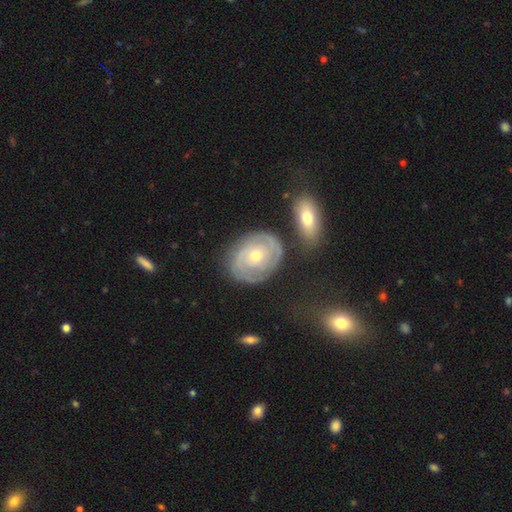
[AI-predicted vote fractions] smooth_or_featured: featured or disk (p=0.81) [alt: smooth p=0.13]
disk_edge_on: no (p=0.97) [alt: yes p=0.03]
bar: no (p=0.76) [alt: weak p=0.20]
has_spiral_arms: yes (p=0.92) [alt: no p=0.08]
spiral_winding: tight (p=0.73) [alt: medium p=0.21]
spiral_arm_count: 2 (p=0.51) [alt: can't tell p=0.24]
bulge_size: small (p=0.52) [alt: moderate p=0.44]
merging: none (p=0.74) [alt: minor disturbance p=0.15]